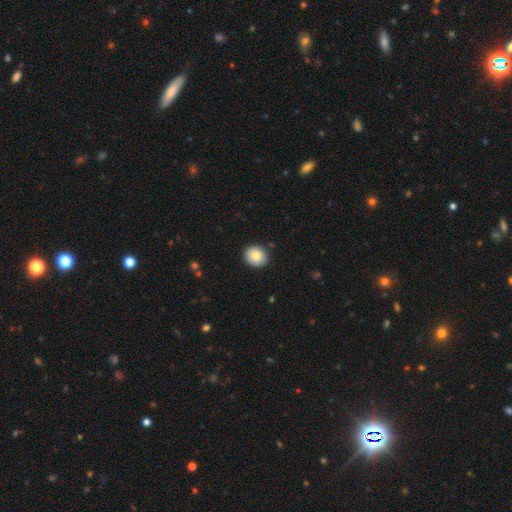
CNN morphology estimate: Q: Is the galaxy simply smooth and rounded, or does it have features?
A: smooth — 81%.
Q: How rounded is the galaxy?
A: round — 72%.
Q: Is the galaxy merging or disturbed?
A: none — 89%.